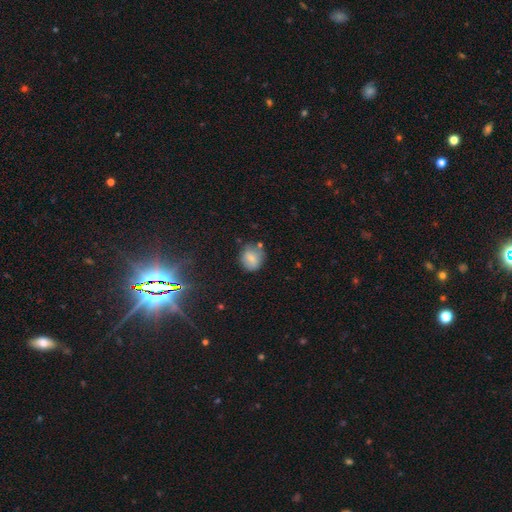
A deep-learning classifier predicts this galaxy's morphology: The model was most divided on "how rounded": round: 74%, in between: 24%, cigar-shaped: 1%. More confident: merging — none (72%); smooth or featured — smooth (67%).